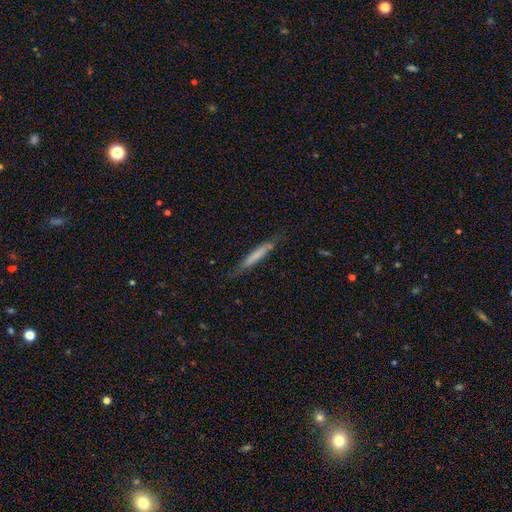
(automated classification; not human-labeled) The model was most divided on "smooth or featured": smooth: 63%, featured or disk: 31%, star or artifact: 6%. More confident: how rounded — cigar-shaped (94%); merging — none (72%).